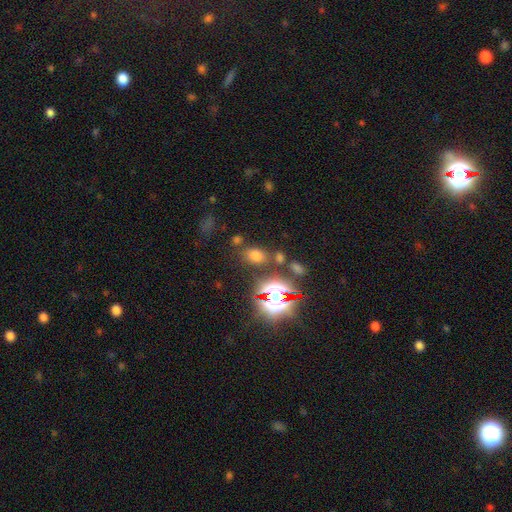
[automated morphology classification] smooth 64%, star or artifact 29%, featured or disk 7%. Down the decision tree: how rounded — in between (67%); merging — none (74%).